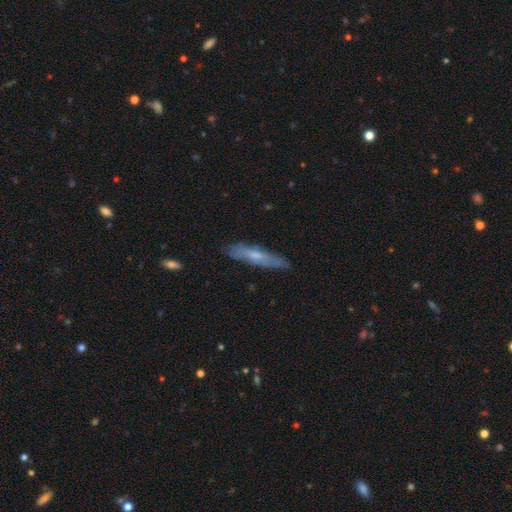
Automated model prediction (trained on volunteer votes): This appears to be a featured or disk galaxy (49%). Merging: none (81%).